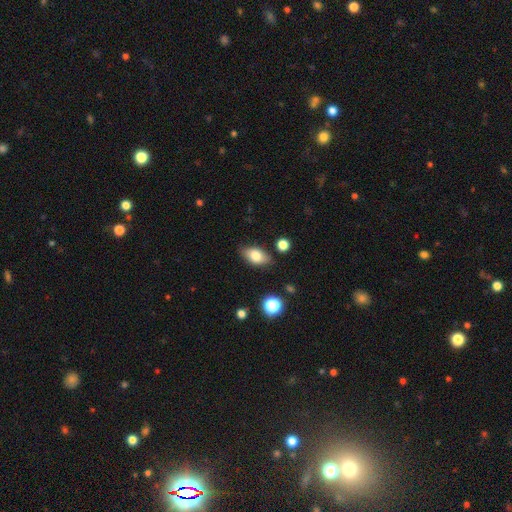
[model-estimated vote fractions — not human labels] Overall: smooth (77%). How rounded: in between (88%). Merging: none (82%).